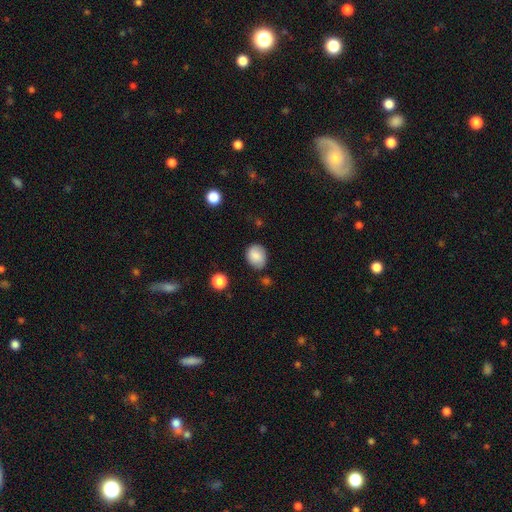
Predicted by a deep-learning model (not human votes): This appears to be a smooth galaxy with no disk features (81%) that is round (55%). Merging: none (75%).